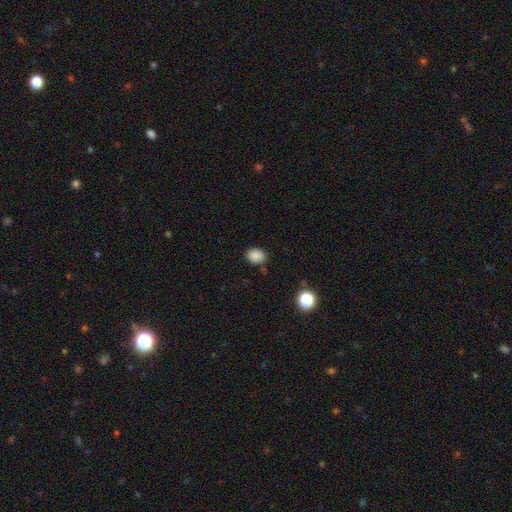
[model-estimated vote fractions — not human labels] Smooth or featured: smooth — 86% (star or artifact — 11%)
How rounded: in between — 52% (round — 47%)
Merging: none — 80% (minor disturbance — 14%)